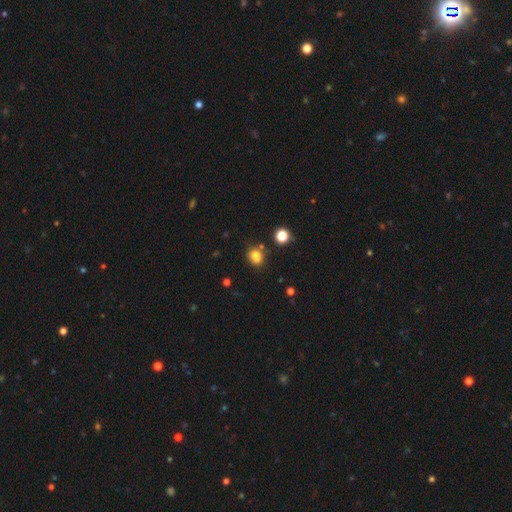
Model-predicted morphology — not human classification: This appears to be a smooth galaxy with no disk features (74%) that is round (57%). Merging: none (60%).